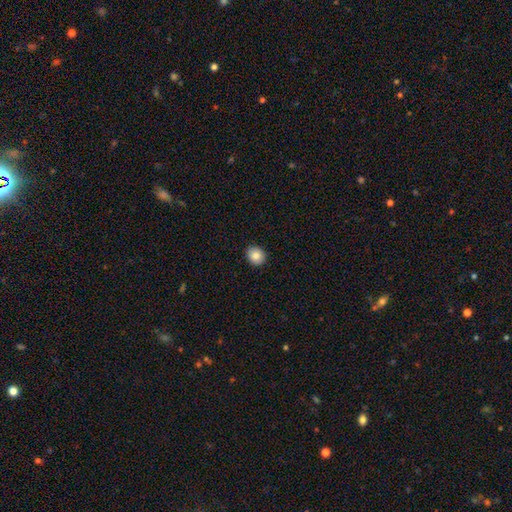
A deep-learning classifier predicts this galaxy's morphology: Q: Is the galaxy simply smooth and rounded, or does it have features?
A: smooth — 85%.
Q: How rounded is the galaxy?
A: round — 69%.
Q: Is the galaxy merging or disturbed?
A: none — 91%.